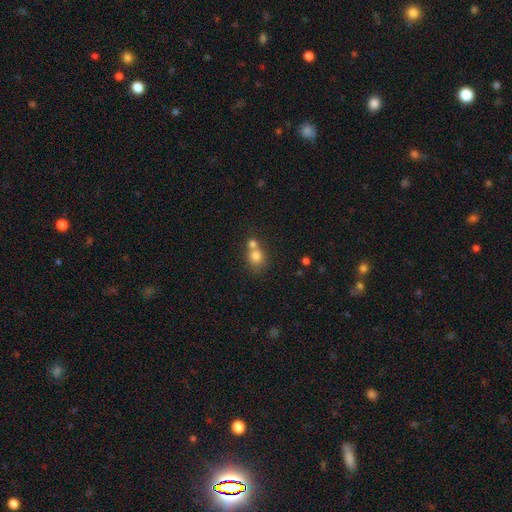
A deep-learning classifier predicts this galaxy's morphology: Smooth or featured: smooth — 77% (featured or disk — 11%)
How rounded: round — 73% (in between — 26%)
Merging: merger — 54% (none — 36%)